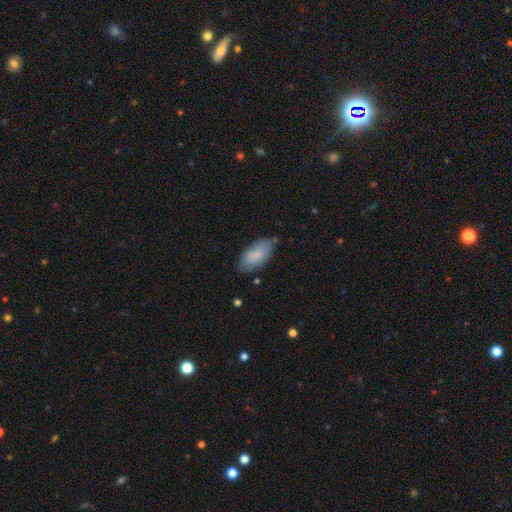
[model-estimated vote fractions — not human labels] Morphology: type=smooth (84%); roundness=in between (93%); merging=none (72%).